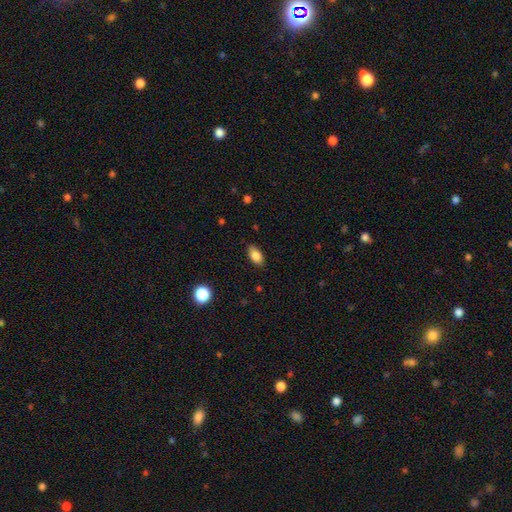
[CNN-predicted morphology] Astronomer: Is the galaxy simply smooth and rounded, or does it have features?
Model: smooth — 82%.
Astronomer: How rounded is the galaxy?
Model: in between — 89%.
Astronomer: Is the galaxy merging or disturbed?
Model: none — 85%.